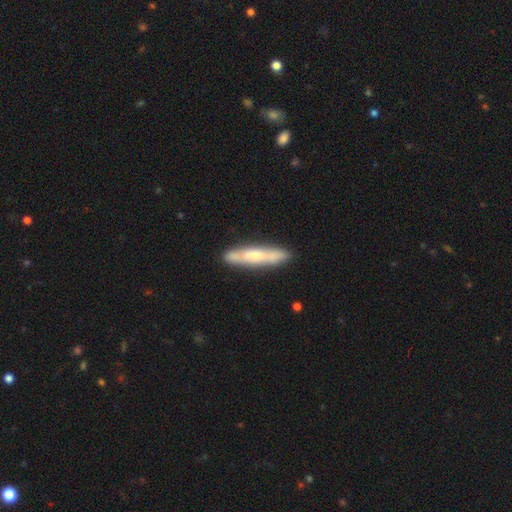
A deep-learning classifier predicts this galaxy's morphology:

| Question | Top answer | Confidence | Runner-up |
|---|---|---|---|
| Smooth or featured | smooth | 51% | featured or disk (43%) |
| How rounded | cigar-shaped | 88% | in between (10%) |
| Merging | none | 84% | minor disturbance (12%) |